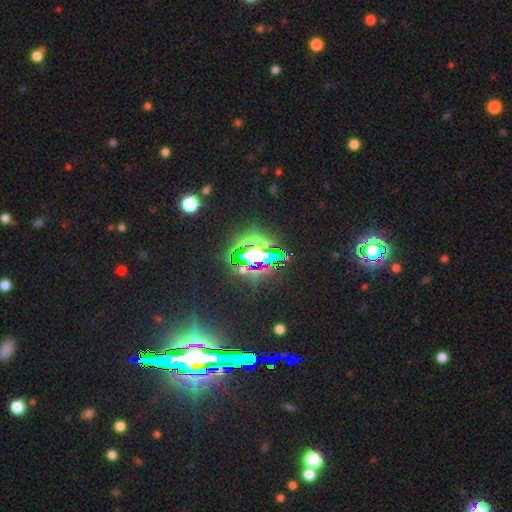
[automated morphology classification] star or artifact 75%, smooth 16%, featured or disk 10%.